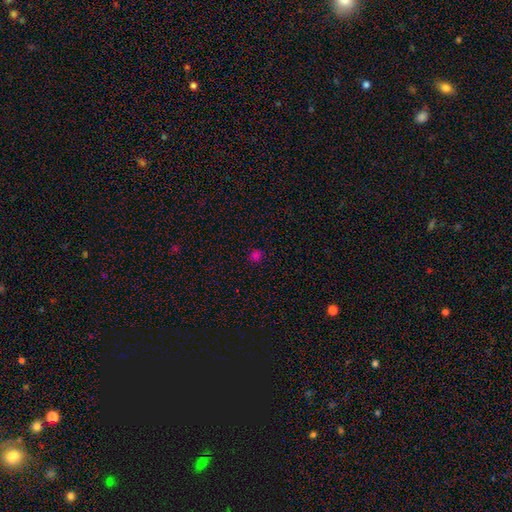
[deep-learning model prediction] Smooth or featured: smooth — 77% (star or artifact — 20%)
How rounded: round — 86% (in between — 13%)
Merging: none — 89% (minor disturbance — 7%)